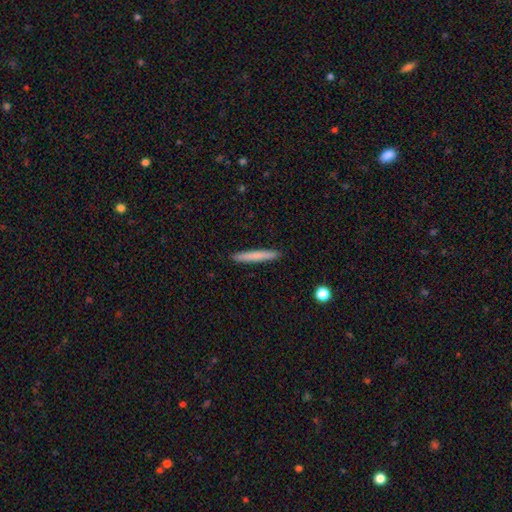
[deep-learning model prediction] smooth 73%, featured or disk 21%, star or artifact 6%. Down the decision tree: how rounded — cigar-shaped (96%); merging — none (92%).